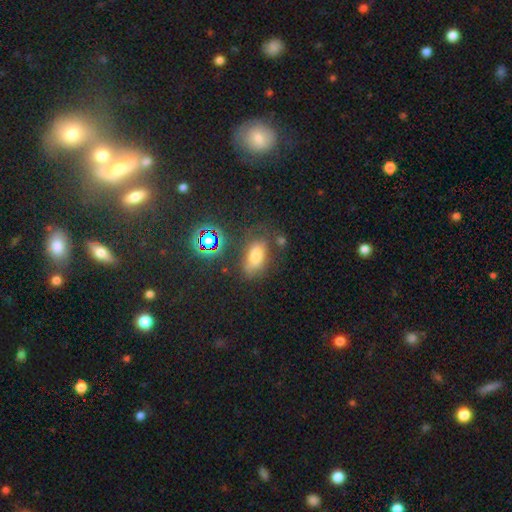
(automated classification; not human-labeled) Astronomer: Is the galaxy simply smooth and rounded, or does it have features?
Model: smooth — 67%.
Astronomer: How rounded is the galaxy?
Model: in between — 83%.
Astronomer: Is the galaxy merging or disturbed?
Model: none — 67%.